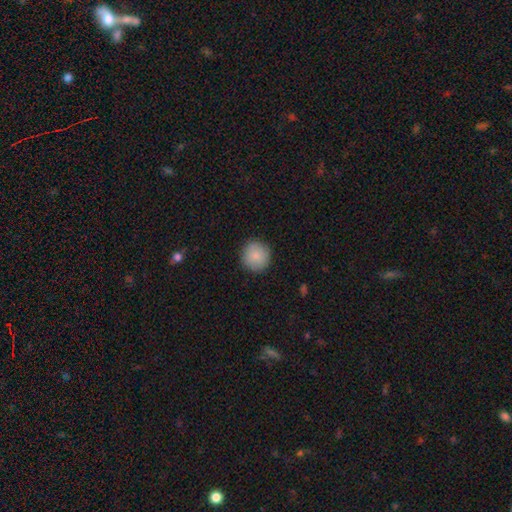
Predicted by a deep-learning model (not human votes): This is clearly a smooth galaxy (86%). How rounded: clearly round (94%). Merging: clearly none (90%).